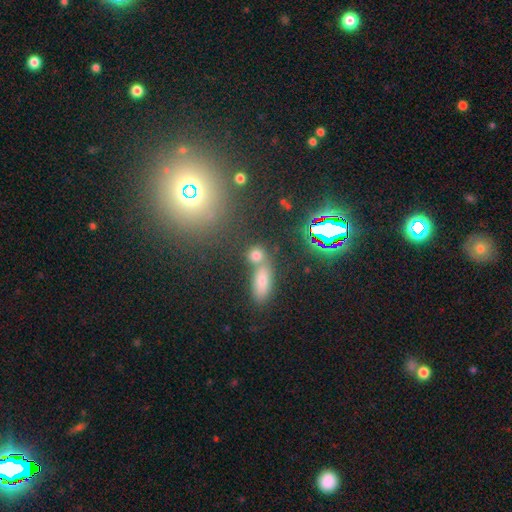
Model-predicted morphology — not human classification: Smooth or featured?
  - smooth: 67% *
  - star or artifact: 24%
  - featured or disk: 9%
How rounded?
  - round: 59% *
  - in between: 34%
  - cigar-shaped: 6%
Merging?
  - none: 53% *
  - merger: 34%
  - minor disturbance: 8%
  - major disturbance: 4%